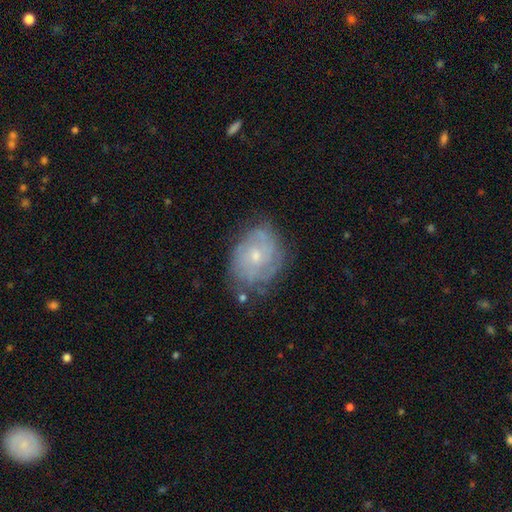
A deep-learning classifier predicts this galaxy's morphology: Smooth or featured? featured or disk (69%)
Edge-on disk? no (97%)
Bar? no (77%)
Spiral arms? yes (83%)
Spiral winding? tight (65%)
Spiral arm count? can't tell (52%)
Bulge size? small (63%)
Merging? none (67%)